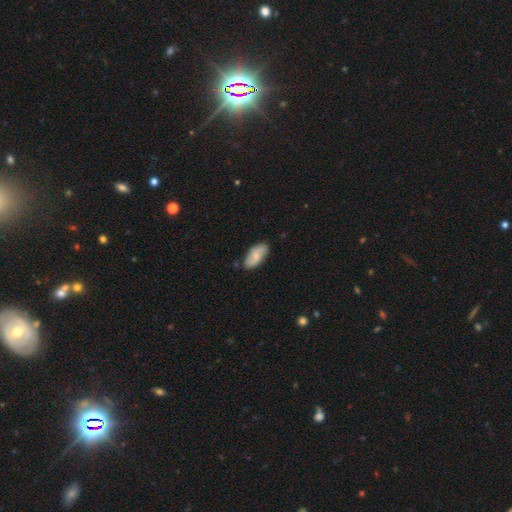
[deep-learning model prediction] Smooth or featured? smooth (64%)
How rounded? in between (90%)
Merging? none (78%)